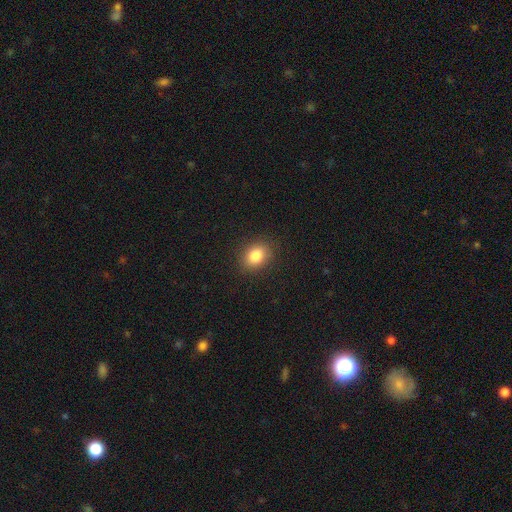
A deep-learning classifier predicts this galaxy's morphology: smooth_or_featured: smooth (p=0.84) [alt: star or artifact p=0.10]
how_rounded: in between (p=0.57) [alt: round p=0.42]
merging: none (p=0.88) [alt: minor disturbance p=0.09]